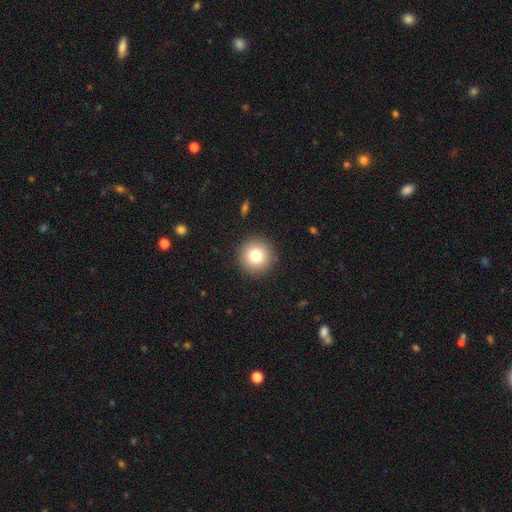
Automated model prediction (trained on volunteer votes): Q: Smooth or featured?
A: smooth (78%); runner-up: featured or disk (11%)
Q: How rounded?
A: round (96%); runner-up: in between (3%)
Q: Merging?
A: none (92%); runner-up: minor disturbance (5%)